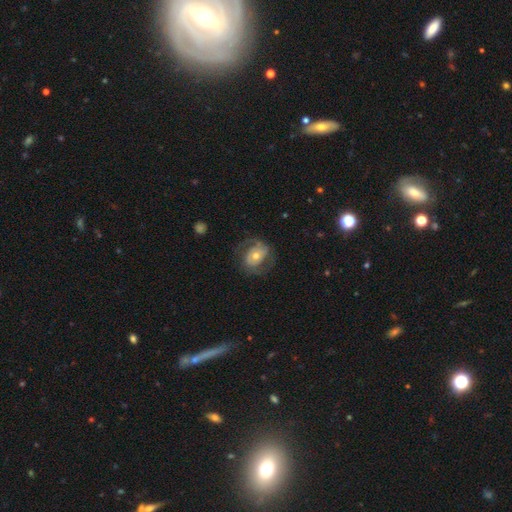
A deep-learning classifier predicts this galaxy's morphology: A featured or disk galaxy (70%) with no bar (60%), 2 (79%) medium (47%) spiral arms (84%) and a moderate central bulge (63%).

Vote fractions:
- Smooth or featured? featured or disk: 70% / smooth: 24% / star or artifact: 6%
- Edge-on disk? no: 97% / yes: 3%
- Bar? no: 60% / weak: 28% / strong: 12%
- Spiral arms? yes: 84% / no: 16%
- Spiral winding? medium: 47% / tight: 29% / loose: 24%
- Spiral arm count? 2: 79% / can't tell: 10% / 1: 6% / 3: 3% / 4: 1% / more than 4: 1%
- Bulge size? moderate: 63% / small: 29% / large: 6% / none: 1% / dominant: 1%
- Merging? none: 64% / minor disturbance: 18% / major disturbance: 16% / merger: 1%